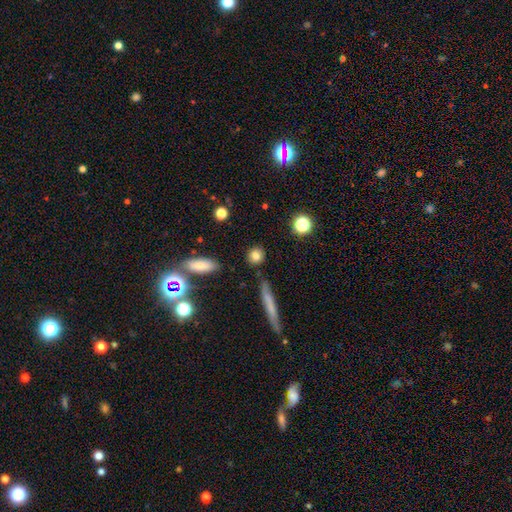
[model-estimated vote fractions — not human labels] smooth 82%, star or artifact 10%, featured or disk 9%. Down the decision tree: how rounded — round (76%); merging — none (86%).